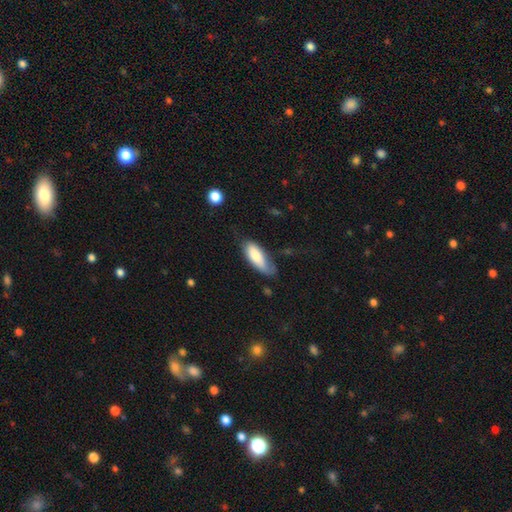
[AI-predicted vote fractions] Overall: smooth (78%). How rounded: in between (74%). Merging: none (46%; minor disturbance 34%).